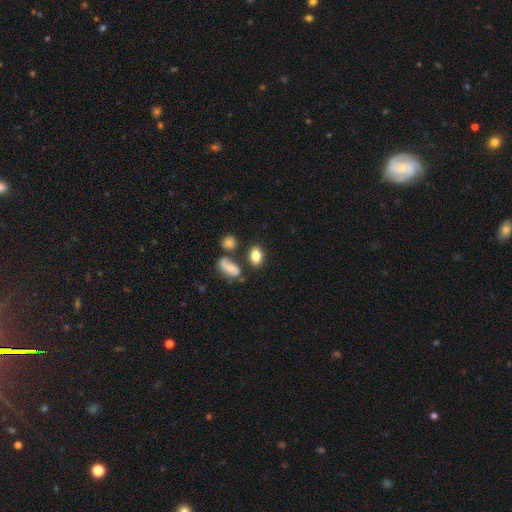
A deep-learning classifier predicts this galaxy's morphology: A smooth galaxy with no disk features (81%) that is in between round and cigar-shaped (84%).

Vote fractions:
- Smooth or featured? smooth: 81% / featured or disk: 10% / star or artifact: 9%
- How rounded? in between: 84% / round: 13% / cigar-shaped: 3%
- Merging? none: 71% / minor disturbance: 13% / merger: 12% / major disturbance: 4%